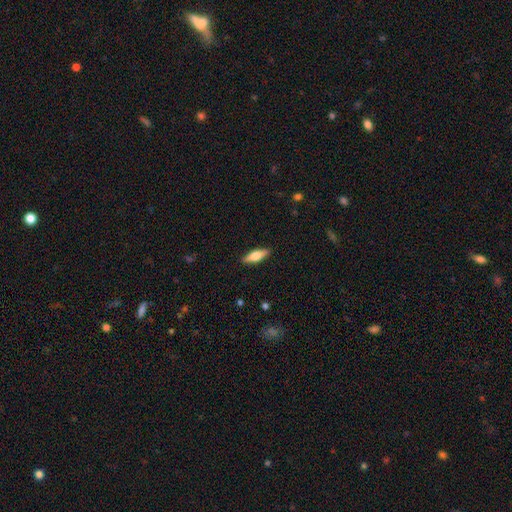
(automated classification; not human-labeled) Smooth or featured? smooth (63%)
How rounded? in between (49%)
Merging? none (89%)